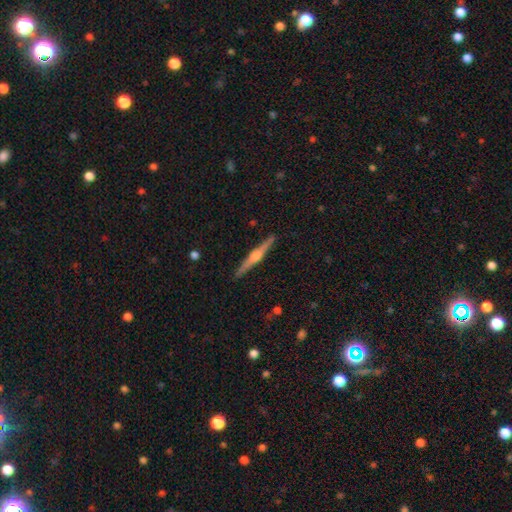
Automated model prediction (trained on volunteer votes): Morphology: type=featured or disk (79%); edge-on=yes (99%); edge-on bulge=rounded (91%); merging=none (92%).